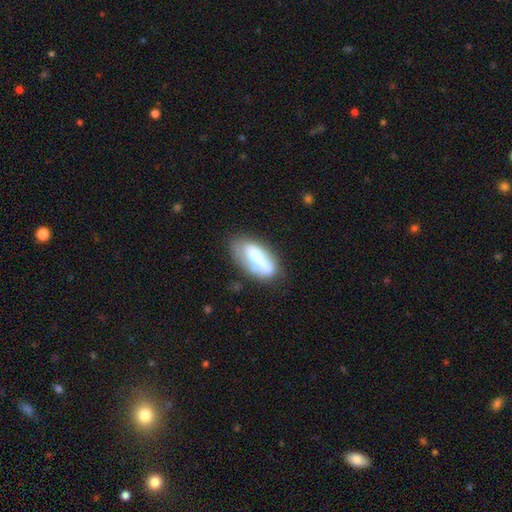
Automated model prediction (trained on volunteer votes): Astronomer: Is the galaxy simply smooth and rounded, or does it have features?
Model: smooth — 54% (runner-up: featured or disk, 39%).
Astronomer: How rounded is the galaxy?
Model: in between — 73%.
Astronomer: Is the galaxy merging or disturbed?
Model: none — 59%.